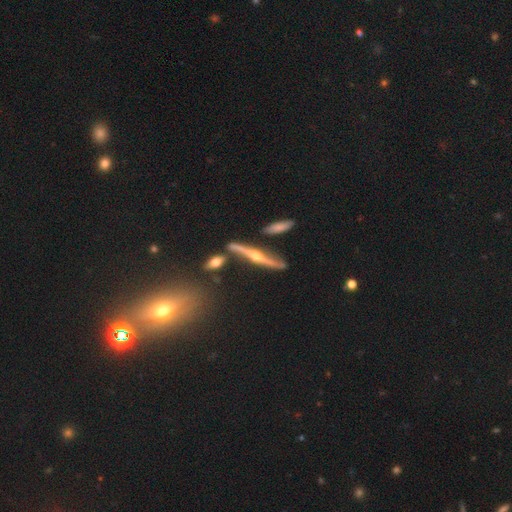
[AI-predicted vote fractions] A featured or disk galaxy (86%) viewed edge-on (91%) with a rounded central bulge (93%). Merging: none (74%).